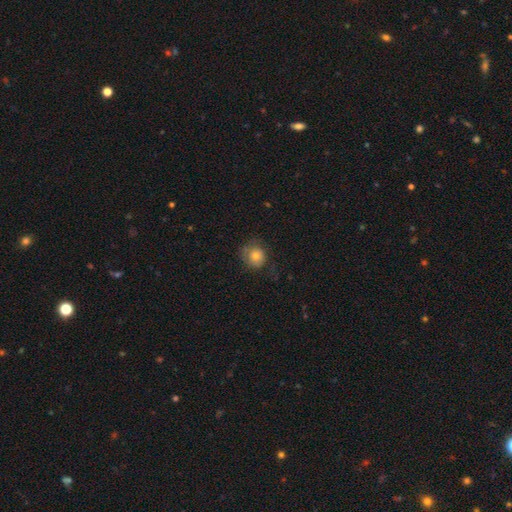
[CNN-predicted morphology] Smooth or featured?
  - smooth: 74% *
  - featured or disk: 16%
  - star or artifact: 10%
How rounded?
  - round: 81% *
  - in between: 18%
  - cigar-shaped: 1%
Merging?
  - none: 62% *
  - minor disturbance: 24%
  - major disturbance: 13%
  - merger: 1%